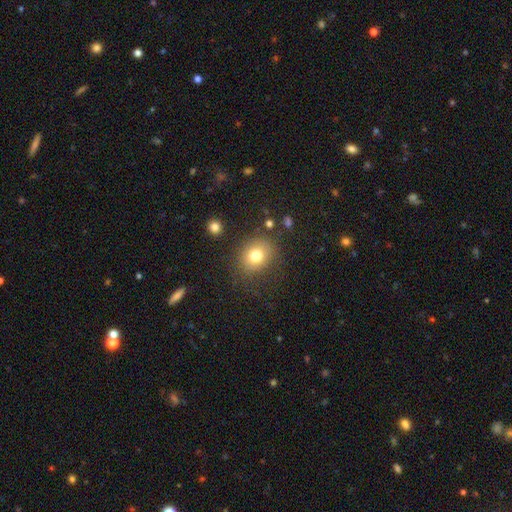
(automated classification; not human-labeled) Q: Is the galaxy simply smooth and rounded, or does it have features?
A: smooth — 77%.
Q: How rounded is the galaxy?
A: round — 60%.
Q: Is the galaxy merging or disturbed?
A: none — 80%.